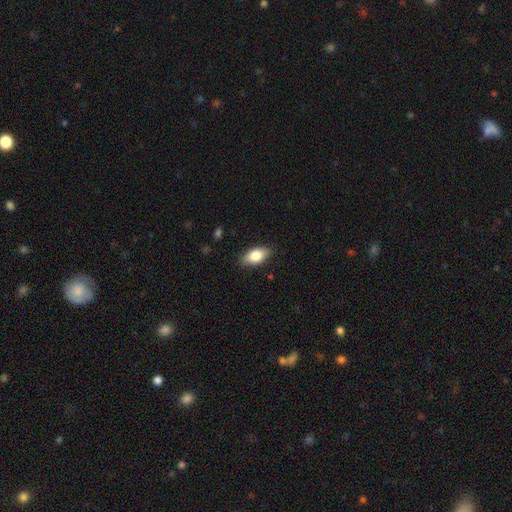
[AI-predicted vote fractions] This is likely a smooth galaxy (80%). How rounded: clearly in between (89%). Merging: clearly none (85%).